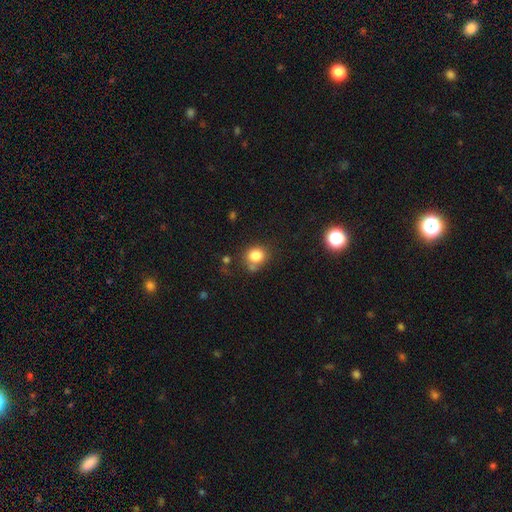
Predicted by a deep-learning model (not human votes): The model was most divided on "merging": none: 64%, minor disturbance: 17%, merger: 12%, major disturbance: 6%. More confident: smooth or featured — smooth (81%); how rounded — round (76%).